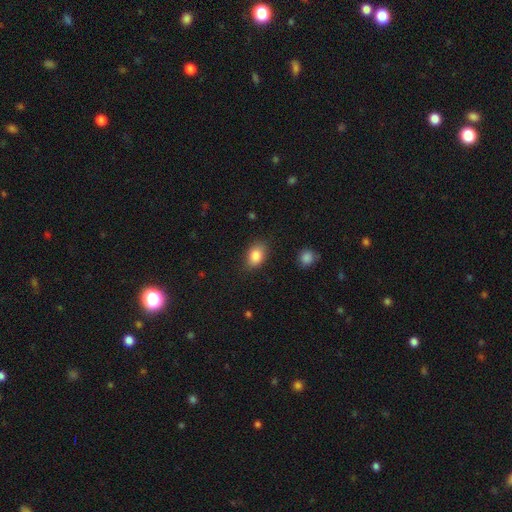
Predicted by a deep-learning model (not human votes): Overall: smooth (85%). How rounded: in between (80%). Merging: none (81%).